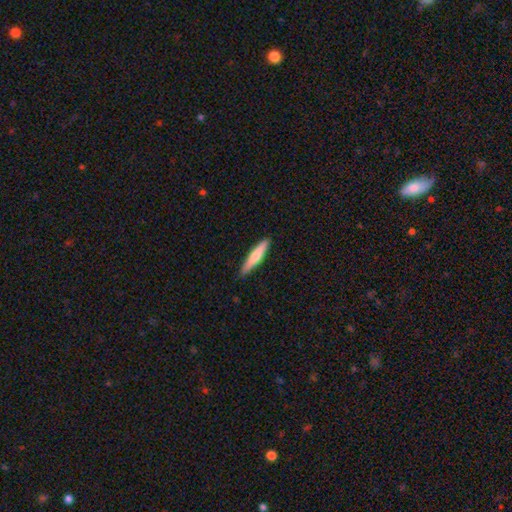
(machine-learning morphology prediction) Q: Smooth or featured?
A: smooth (59%); runner-up: featured or disk (36%)
Q: How rounded?
A: cigar-shaped (89%); runner-up: in between (9%)
Q: Merging?
A: none (89%); runner-up: minor disturbance (8%)